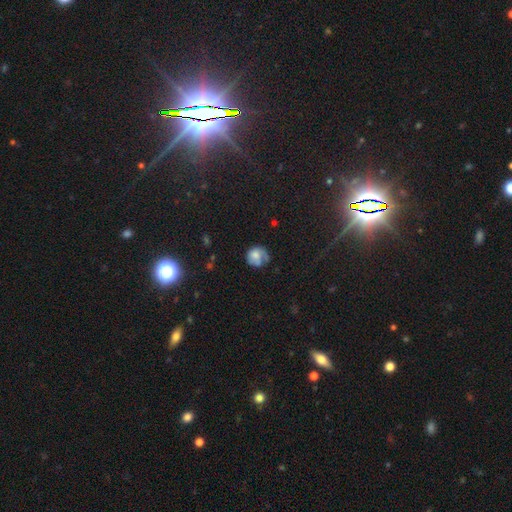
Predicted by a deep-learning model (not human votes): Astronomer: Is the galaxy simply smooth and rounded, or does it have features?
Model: smooth — 62%.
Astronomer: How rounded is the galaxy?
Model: round — 78%.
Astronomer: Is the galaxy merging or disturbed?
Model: none — 46% (runner-up: minor disturbance, 31%).